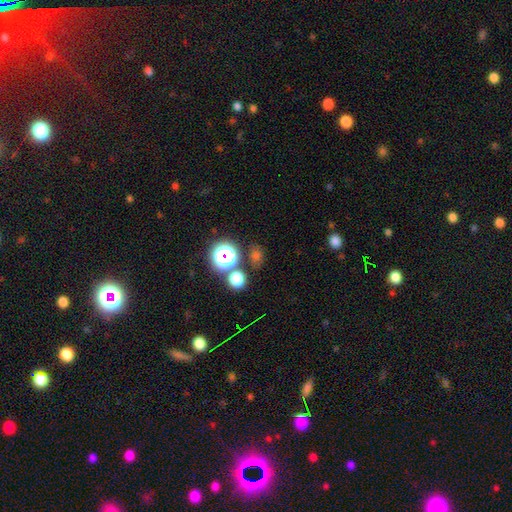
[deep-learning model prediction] Smooth or featured? smooth (49%)
Merging? none (76%)